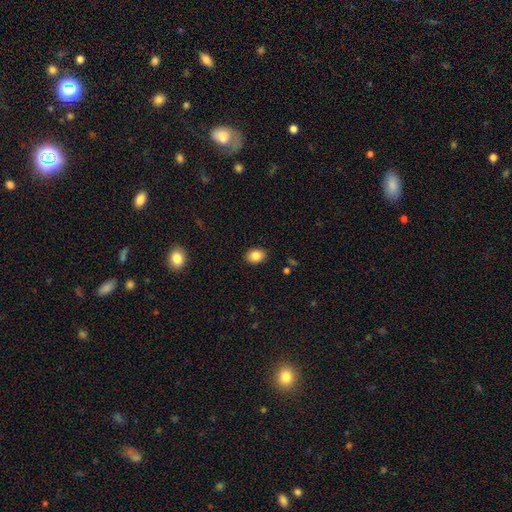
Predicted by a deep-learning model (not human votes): Morphology: type=smooth (85%); roundness=in between (67%); merging=none (89%).